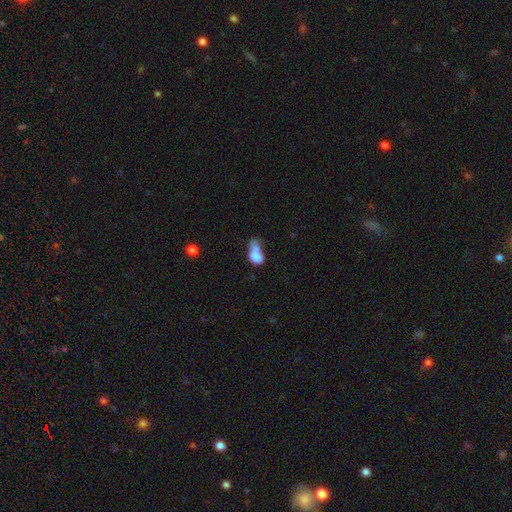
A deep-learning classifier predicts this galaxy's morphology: smooth 70%, featured or disk 20%, star or artifact 10%. Down the decision tree: how rounded — in between (79%); merging — merger (53%).